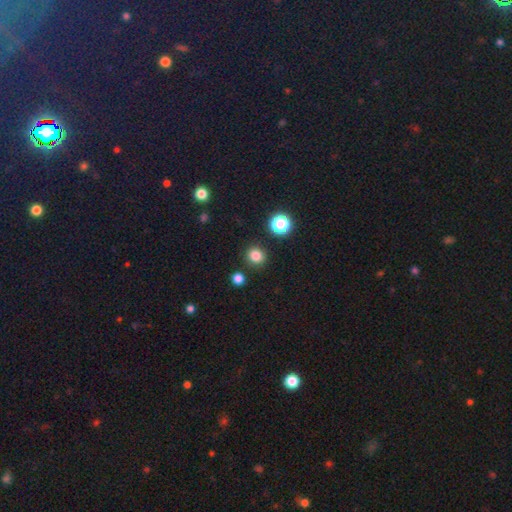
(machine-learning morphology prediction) Smooth or featured? Predicted: smooth (p=0.82). How rounded? Predicted: round (p=0.90). Merging? Predicted: none (p=0.89).